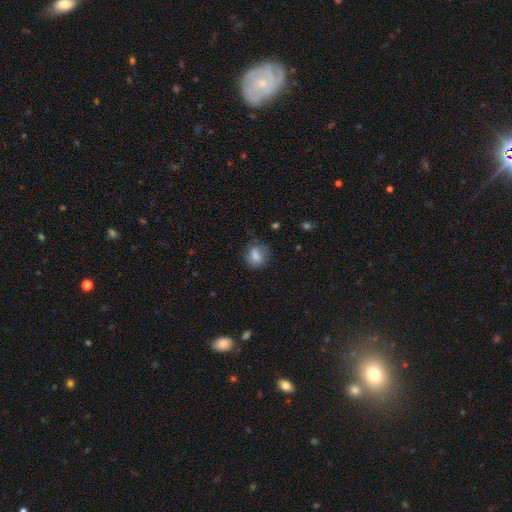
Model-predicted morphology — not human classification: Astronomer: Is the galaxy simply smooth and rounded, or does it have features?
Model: smooth — 74%.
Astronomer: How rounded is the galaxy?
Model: round — 62%.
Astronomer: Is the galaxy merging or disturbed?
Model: none — 67%.